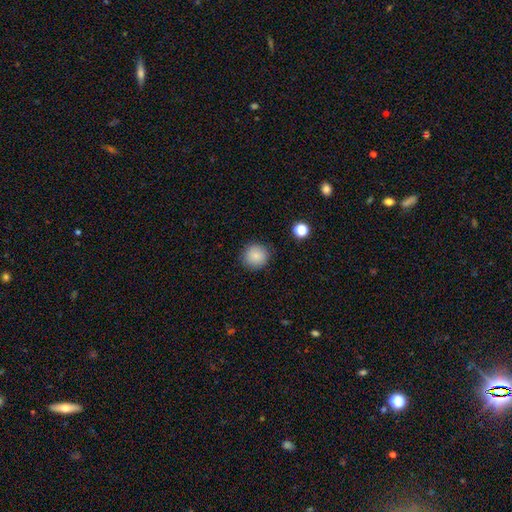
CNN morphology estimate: This appears to be a smooth galaxy with no disk features (85%) that is round (92%). Merging: none (88%).